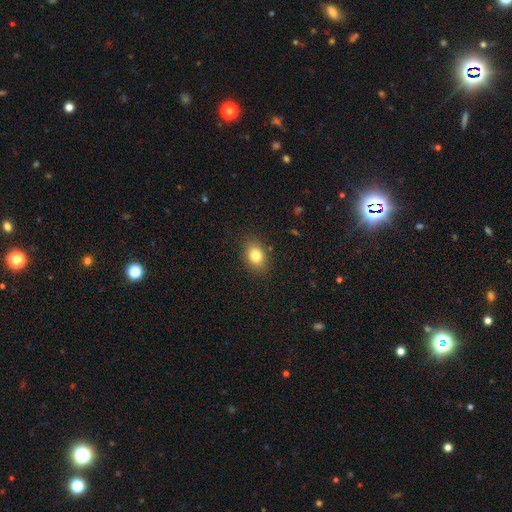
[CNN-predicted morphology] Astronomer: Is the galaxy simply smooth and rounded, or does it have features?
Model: smooth — 81%.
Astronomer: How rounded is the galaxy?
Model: in between — 73%.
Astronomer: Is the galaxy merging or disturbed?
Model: none — 86%.